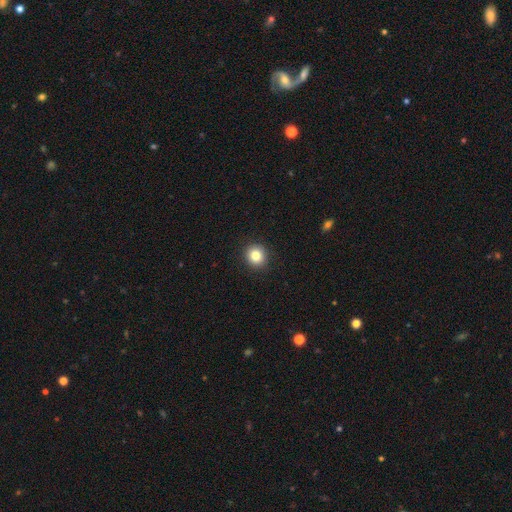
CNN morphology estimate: This is clearly a smooth galaxy (83%). How rounded: clearly round (88%). Merging: clearly none (92%).